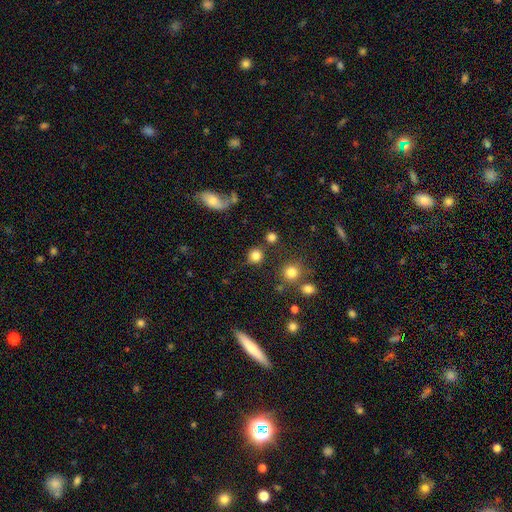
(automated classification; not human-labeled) The model was most divided on "smooth or featured": smooth: 82%, star or artifact: 12%, featured or disk: 6%. More confident: how rounded — round (90%); merging — none (81%).